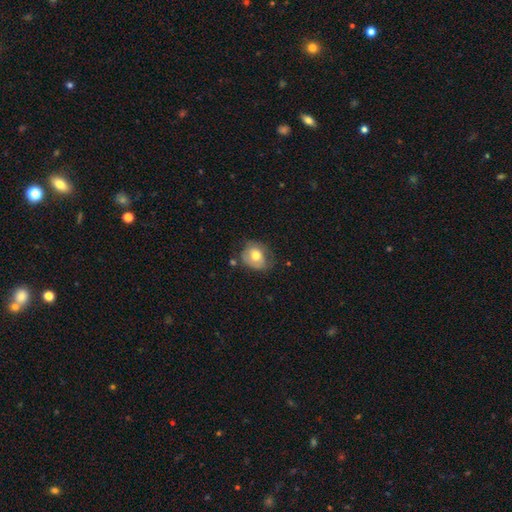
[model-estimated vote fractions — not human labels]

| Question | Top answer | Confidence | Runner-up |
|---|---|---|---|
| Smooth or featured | smooth | 65% | featured or disk (27%) |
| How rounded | round | 60% | in between (39%) |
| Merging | none | 54% | minor disturbance (31%) |